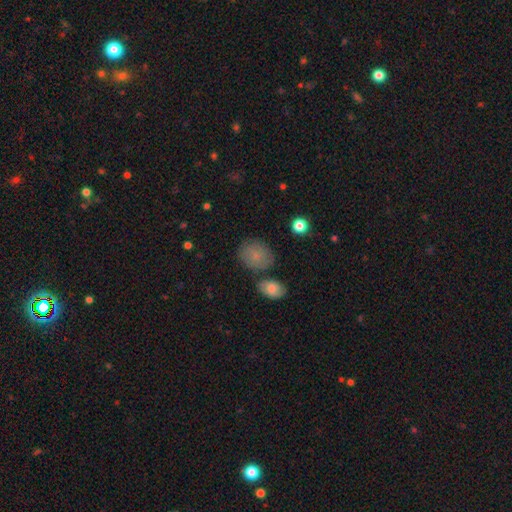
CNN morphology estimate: This appears to be a smooth galaxy with no disk features (81%) that is round (56%). Merging: none (70%).